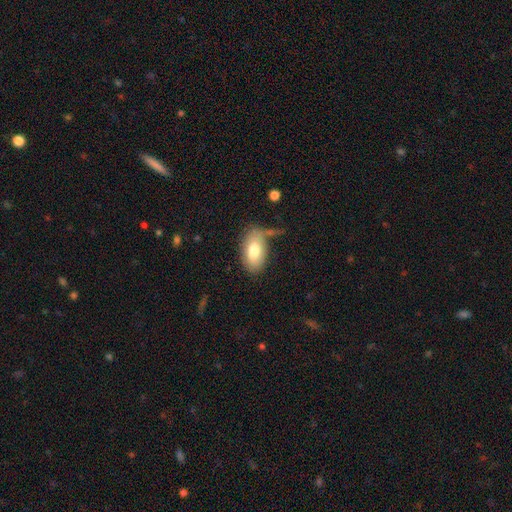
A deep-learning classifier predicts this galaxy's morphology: This is likely a smooth galaxy (62%). How rounded: clearly in between (88%). Merging: possibly none (54%).